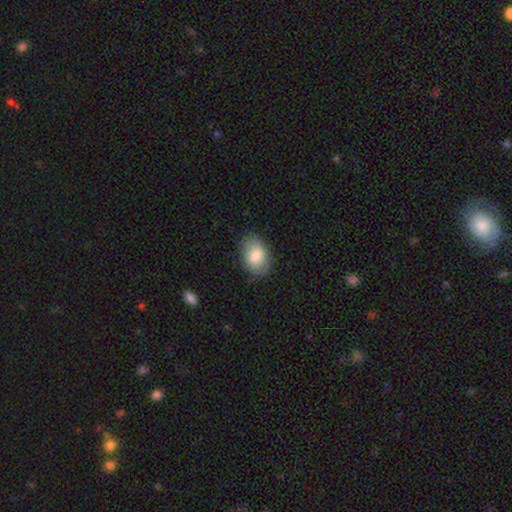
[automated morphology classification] A smooth galaxy with no disk features (80%) that is in between round and cigar-shaped (86%). Merging: none (79%).